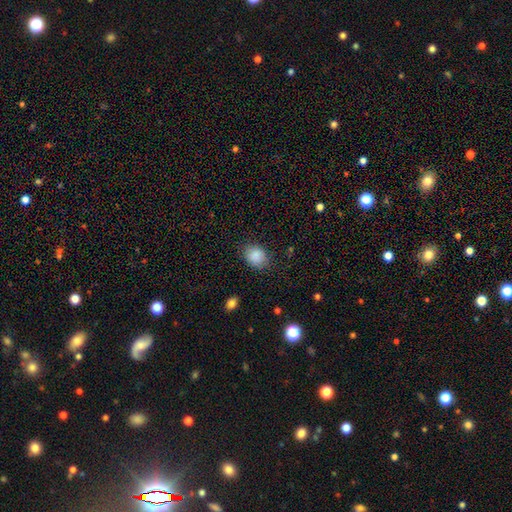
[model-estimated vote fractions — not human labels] Smooth or featured? Predicted: smooth (p=0.87). How rounded? Predicted: in between (p=0.54). Merging? Predicted: none (p=0.80).